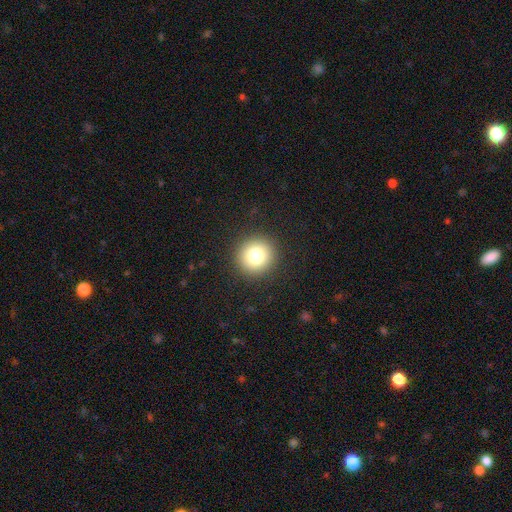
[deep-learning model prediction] Smooth or featured? Predicted: smooth (p=0.80). How rounded? Predicted: round (p=0.94). Merging? Predicted: none (p=0.91).